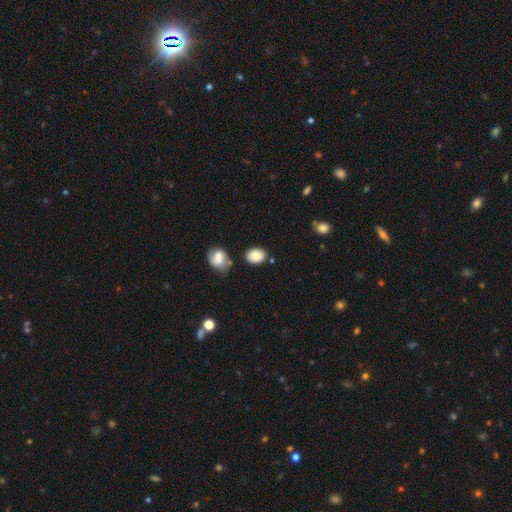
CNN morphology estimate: smooth-or-featured: smooth: 83% | featured or disk: 9% | star or artifact: 8%
  how-rounded: in between: 58% | round: 41% | cigar-shaped: 1%
  merging: none: 75% | minor disturbance: 15% | merger: 6% | major disturbance: 3%